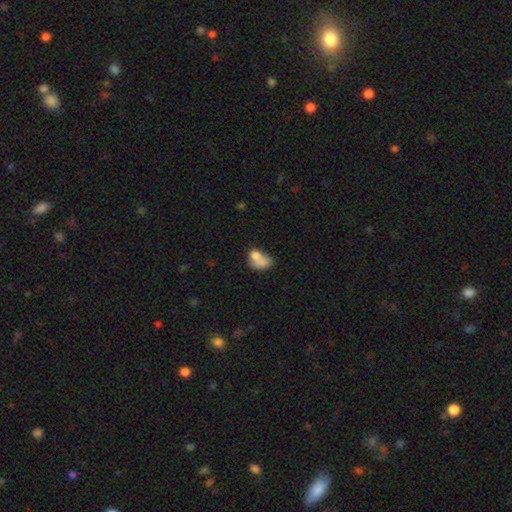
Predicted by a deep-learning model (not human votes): A smooth galaxy with no disk features (72%) that is in between round and cigar-shaped (72%). Merging: merger (54%).